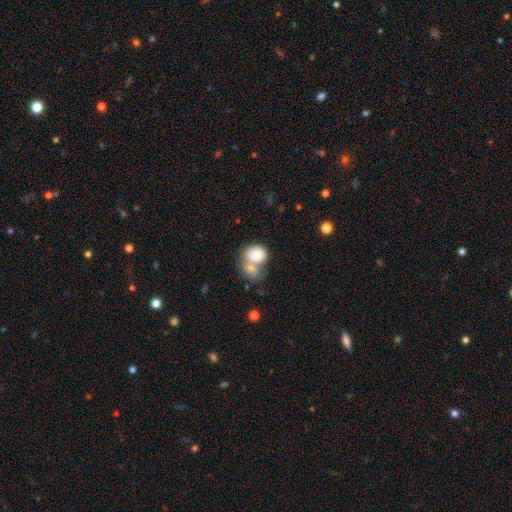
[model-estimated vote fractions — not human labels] Smooth or featured? Predicted: smooth (p=0.81). How rounded? Predicted: in between (p=0.51). Merging? Predicted: merger (p=0.63).